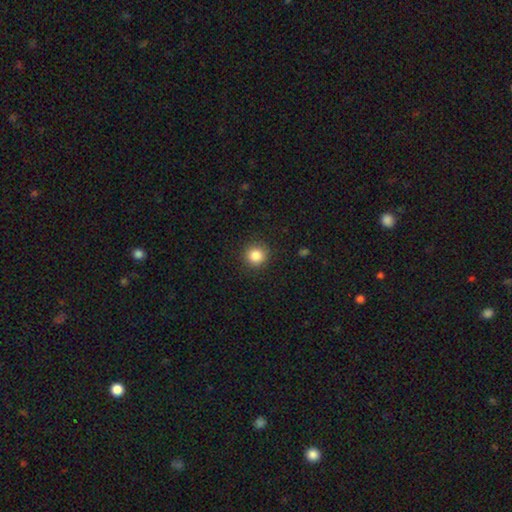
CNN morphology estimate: The model was most divided on "smooth or featured": smooth: 85%, star or artifact: 10%, featured or disk: 4%. More confident: how rounded — round (93%); merging — none (90%).